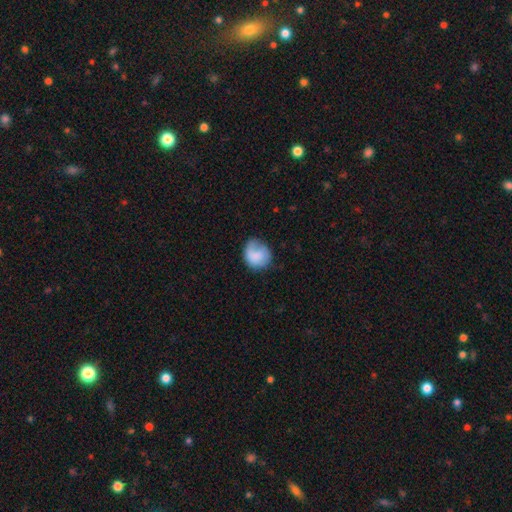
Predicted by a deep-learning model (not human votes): Smooth or featured? smooth (77%)
How rounded? round (73%)
Merging? none (53%)